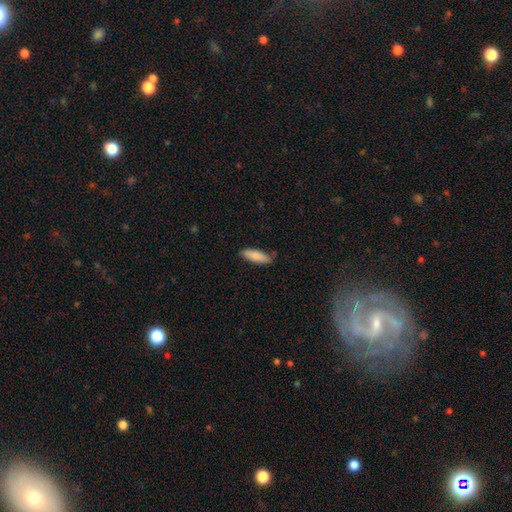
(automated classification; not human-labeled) smooth_or_featured: smooth (p=0.86) [alt: featured or disk p=0.08]
how_rounded: in between (p=0.55) [alt: cigar-shaped p=0.44]
merging: none (p=0.81) [alt: minor disturbance p=0.14]